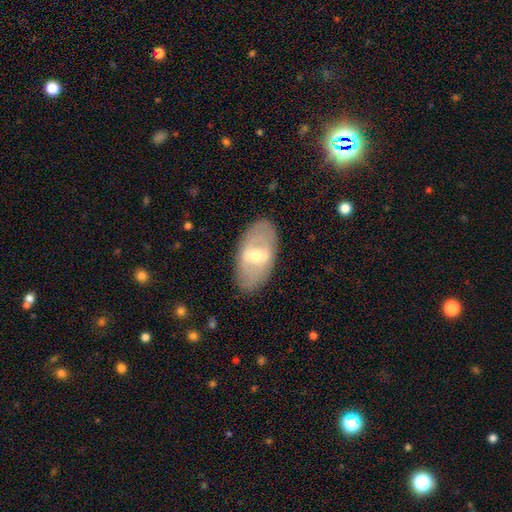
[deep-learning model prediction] The model was most divided on "bar": strong: 52%, weak: 38%, no: 11%. More confident: edge-on disk — no (88%); merging — none (83%); spiral arms — no (67%); smooth or featured — featured or disk (65%); bulge size — moderate (63%).